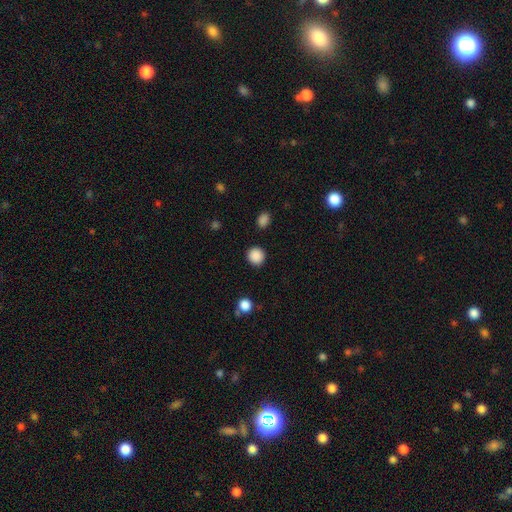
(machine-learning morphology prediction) smooth_or_featured: smooth (p=0.88) [alt: star or artifact p=0.10]
how_rounded: round (p=0.93) [alt: in between p=0.06]
merging: none (p=0.91) [alt: minor disturbance p=0.06]